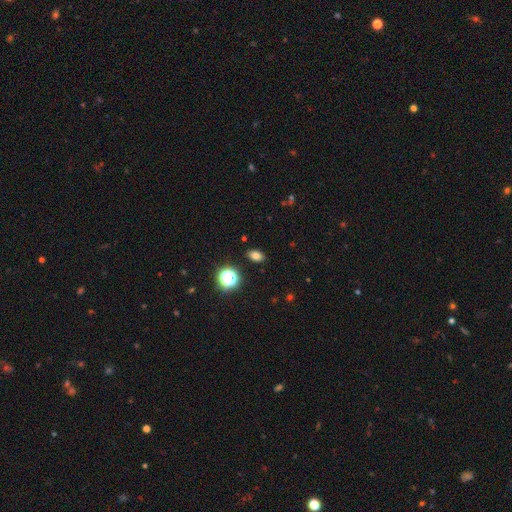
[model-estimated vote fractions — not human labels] A smooth galaxy with no disk features (75%) that is in between round and cigar-shaped (83%).

Vote fractions:
- Smooth or featured? smooth: 75% / star or artifact: 18% / featured or disk: 8%
- How rounded? in between: 83% / round: 16% / cigar-shaped: 2%
- Merging? none: 88% / minor disturbance: 8% / major disturbance: 2% / merger: 2%